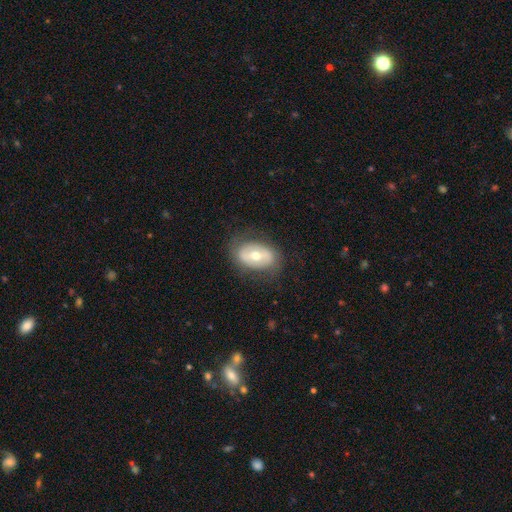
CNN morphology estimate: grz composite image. It shows a featured or disk galaxy (53%). Merging: none (76%).